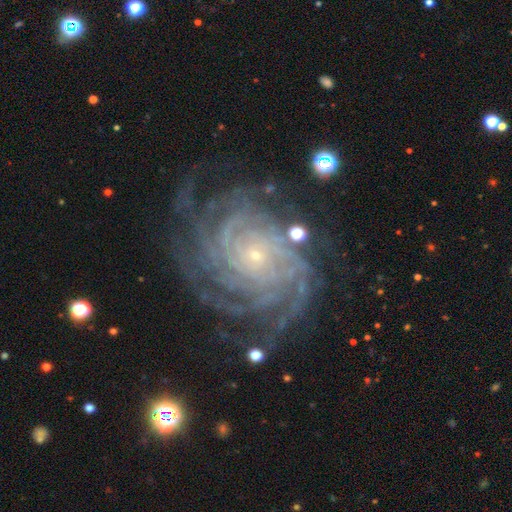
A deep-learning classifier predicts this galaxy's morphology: The model was most divided on "spiral arm count": more than 4: 34%, 4: 25%, can't tell: 15%, 3: 10%, 2: 8%, 1: 8%. More confident: spiral arms — yes (98%); edge-on disk — no (98%); smooth or featured — featured or disk (91%); bulge size — small (89%); spiral winding — tight (80%); bar — no (78%); merging — none (72%).